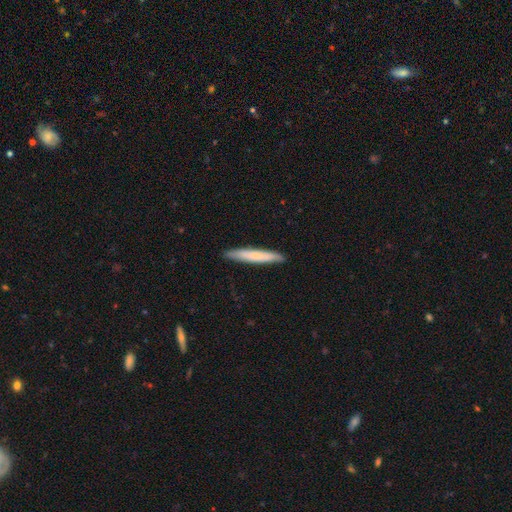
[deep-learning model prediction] smooth_or_featured: smooth (p=0.67) [alt: featured or disk p=0.27]
how_rounded: cigar-shaped (p=0.95) [alt: in between p=0.04]
merging: none (p=0.90) [alt: minor disturbance p=0.08]